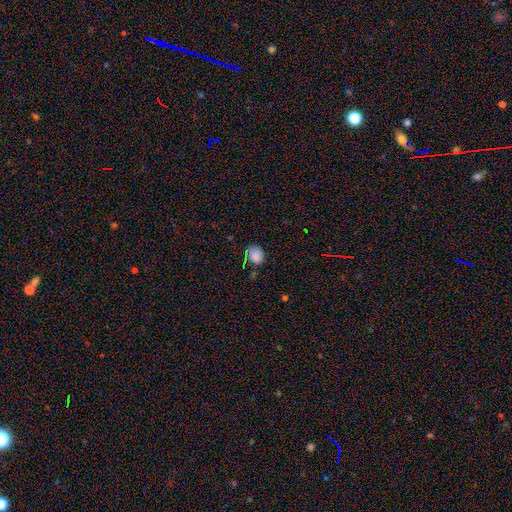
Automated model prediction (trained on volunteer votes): smooth_or_featured: smooth (p=0.81) [alt: star or artifact p=0.12]
how_rounded: round (p=0.67) [alt: in between p=0.32]
merging: none (p=0.68) [alt: minor disturbance p=0.23]